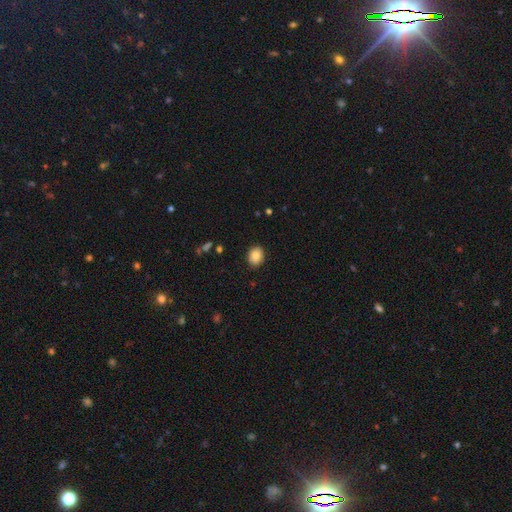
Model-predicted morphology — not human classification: Smooth or featured? smooth (85%)
How rounded? round (55%)
Merging? none (87%)